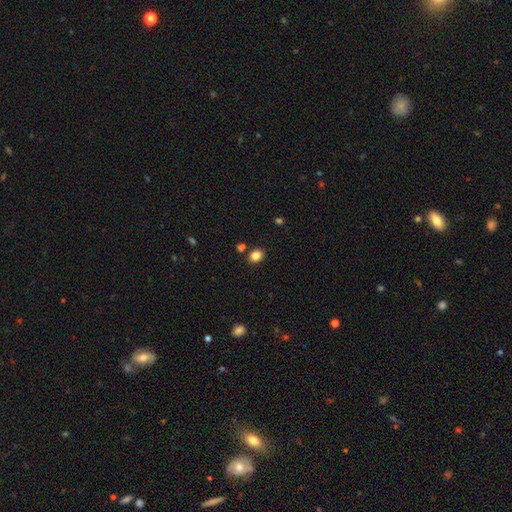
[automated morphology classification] The model was most divided on "how rounded": round: 56%, in between: 44%, cigar-shaped: 1%. More confident: merging — none (83%); smooth or featured — smooth (83%).